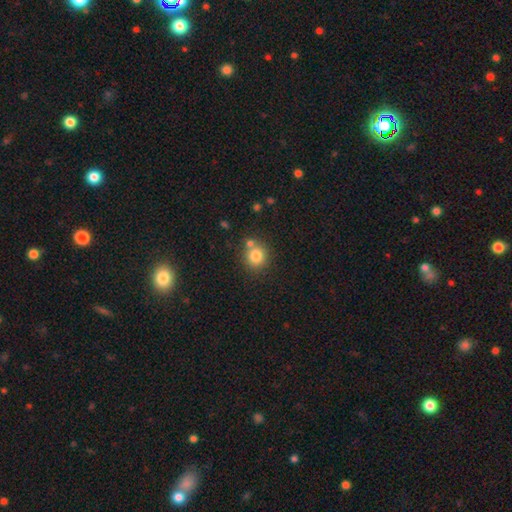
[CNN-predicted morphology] smooth_or_featured: smooth (p=0.80) [alt: star or artifact p=0.11]
how_rounded: round (p=0.89) [alt: in between p=0.10]
merging: none (p=0.68) [alt: merger p=0.19]